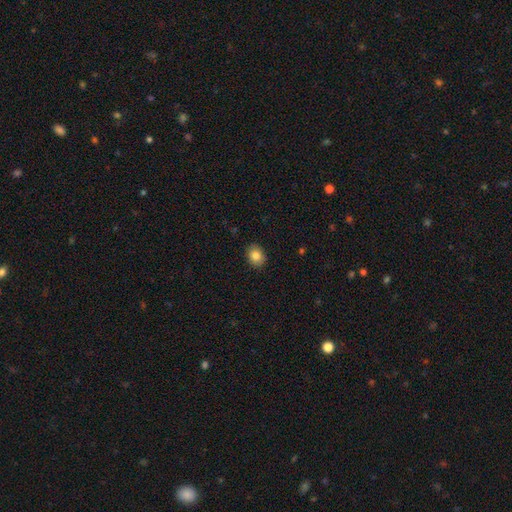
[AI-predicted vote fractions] Smooth or featured? smooth (83%)
How rounded? in between (53%)
Merging? none (89%)